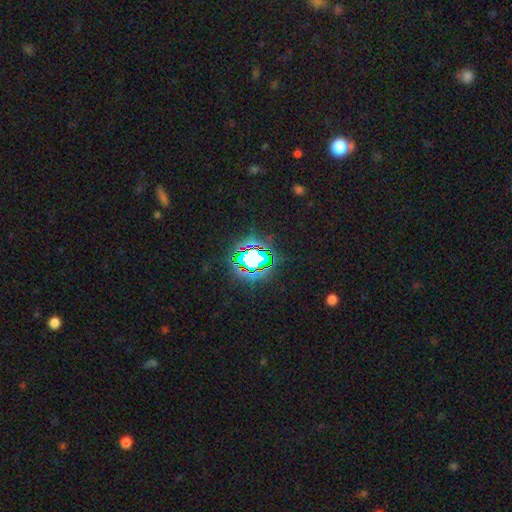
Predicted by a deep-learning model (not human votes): Smooth or featured?
  - star or artifact: 69% *
  - smooth: 18%
  - featured or disk: 13%